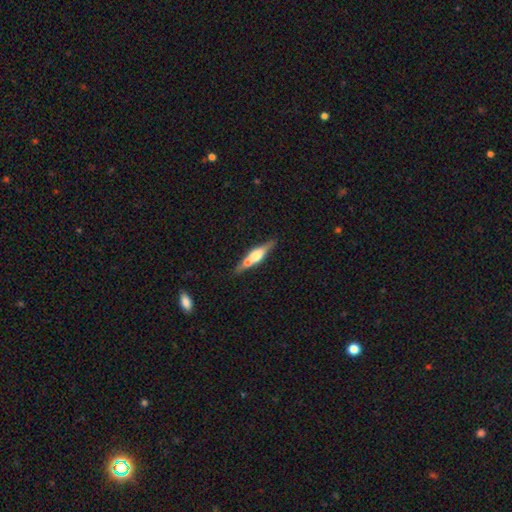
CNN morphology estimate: Overall: featured or disk (64%; smooth 30%). Edge-on disk: yes (94%). Edge-on bulge: rounded (86%). Merging: none (64%).